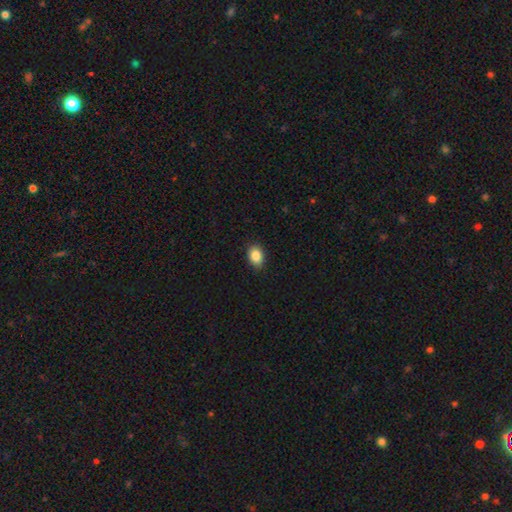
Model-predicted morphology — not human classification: A smooth galaxy with no disk features (86%) that is in between round and cigar-shaped (79%).

Vote fractions:
- Smooth or featured? smooth: 86% / star or artifact: 9% / featured or disk: 5%
- How rounded? in between: 79% / round: 20% / cigar-shaped: 1%
- Merging? none: 88% / minor disturbance: 9% / major disturbance: 2% / merger: 1%